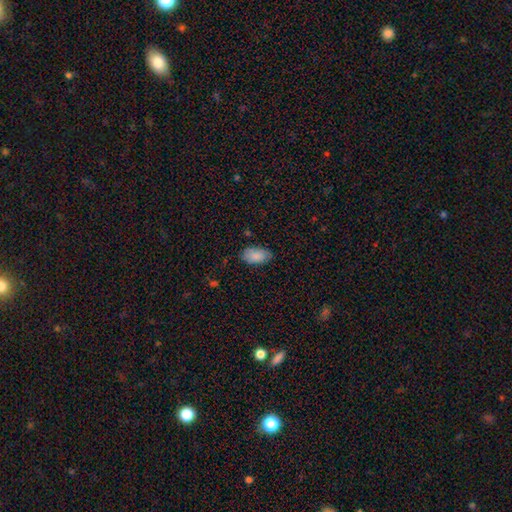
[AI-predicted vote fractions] Smooth or featured: smooth — 86% (featured or disk — 8%)
How rounded: in between — 95% (round — 3%)
Merging: none — 77% (minor disturbance — 18%)